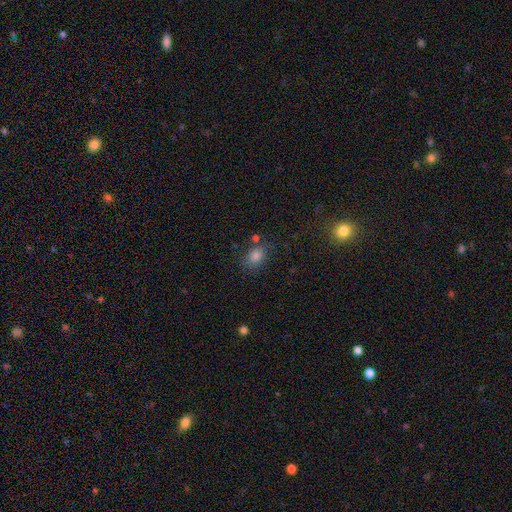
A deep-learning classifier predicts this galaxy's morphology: Q: Smooth or featured?
A: smooth (75%); runner-up: star or artifact (17%)
Q: How rounded?
A: in between (52%); runner-up: round (46%)
Q: Merging?
A: none (73%); runner-up: minor disturbance (16%)